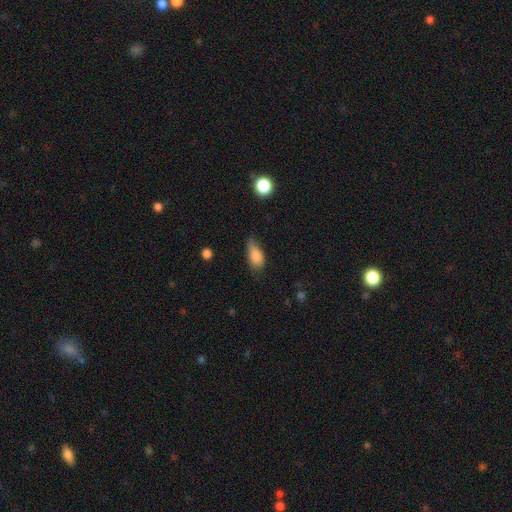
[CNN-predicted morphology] This is clearly a smooth galaxy (83%). How rounded: clearly in between (86%). Merging: possibly none (46%).